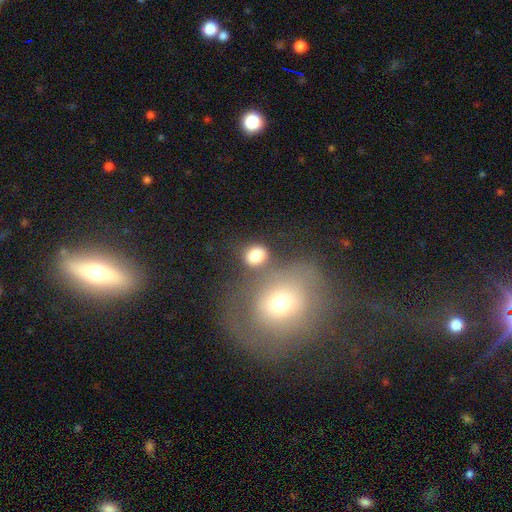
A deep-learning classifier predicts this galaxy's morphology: Q: Smooth or featured?
A: smooth (80%); runner-up: star or artifact (11%)
Q: How rounded?
A: round (61%); runner-up: in between (37%)
Q: Merging?
A: none (60%); runner-up: merger (20%)